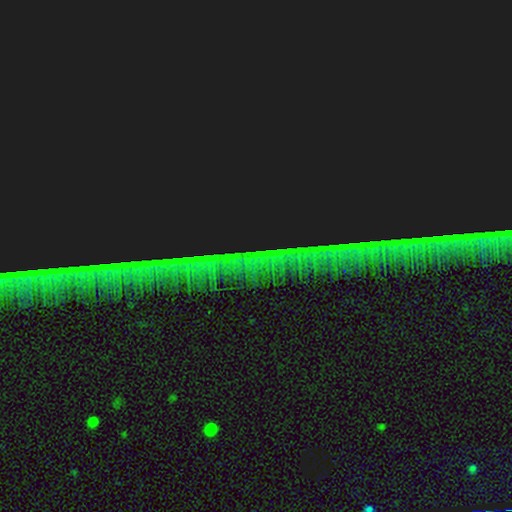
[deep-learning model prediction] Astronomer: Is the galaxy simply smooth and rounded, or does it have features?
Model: star or artifact — 87%.